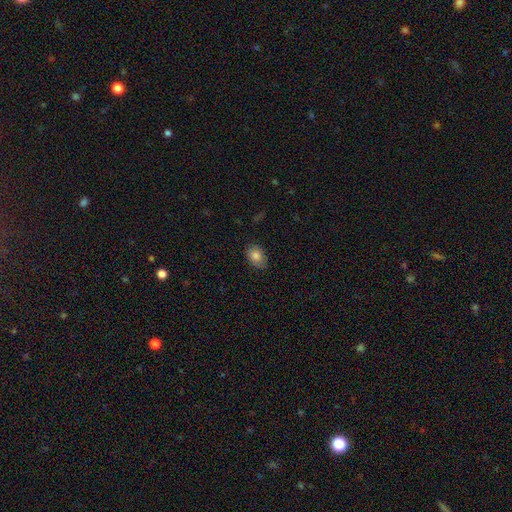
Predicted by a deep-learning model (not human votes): smooth 83%, featured or disk 9%, star or artifact 9%. Down the decision tree: how rounded — in between (79%); merging — none (82%).